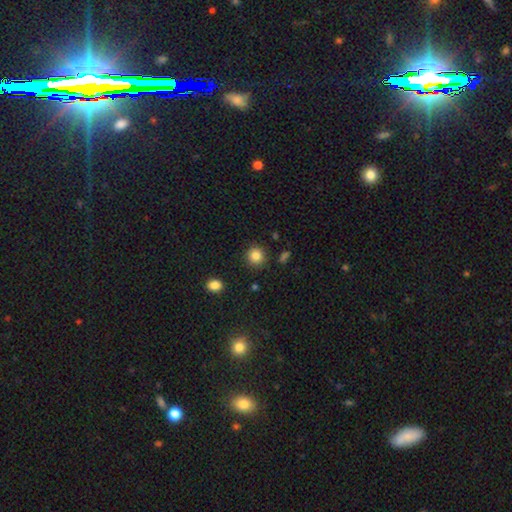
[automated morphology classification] This appears to be a smooth galaxy with no disk features (85%) that is round (91%). Merging: none (89%).